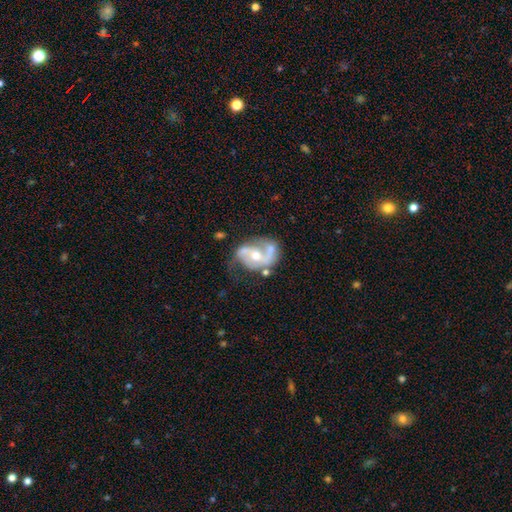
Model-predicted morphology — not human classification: This appears to be a featured or disk galaxy (85%) with no bar (47%), 2 (84%) medium (46%) spiral arms (92%) and a moderate central bulge (63%). Merging: none (47%).